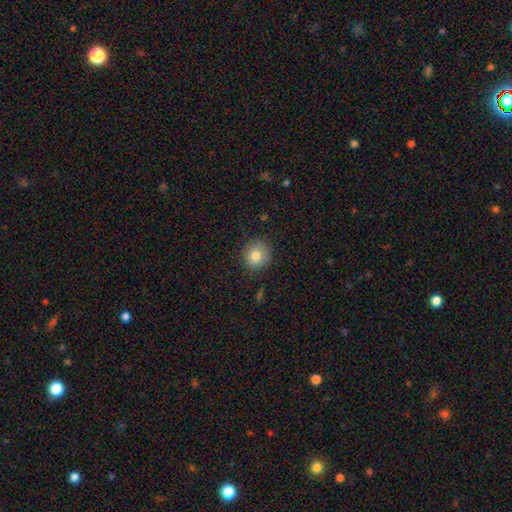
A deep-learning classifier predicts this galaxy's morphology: smooth 80%, star or artifact 10%, featured or disk 9%. Down the decision tree: how rounded — round (89%); merging — none (88%).